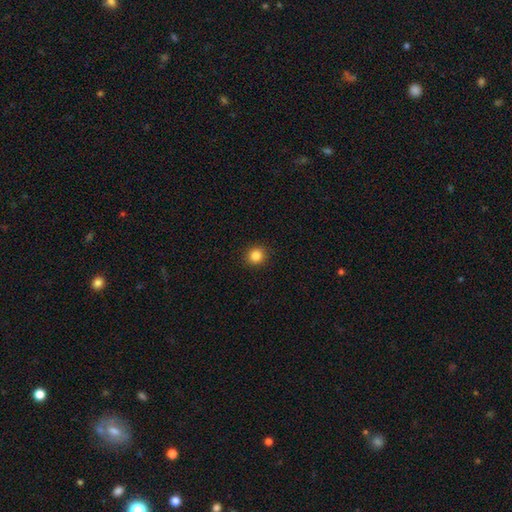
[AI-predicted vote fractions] This is clearly a smooth galaxy (84%). How rounded: clearly round (90%). Merging: clearly none (92%).